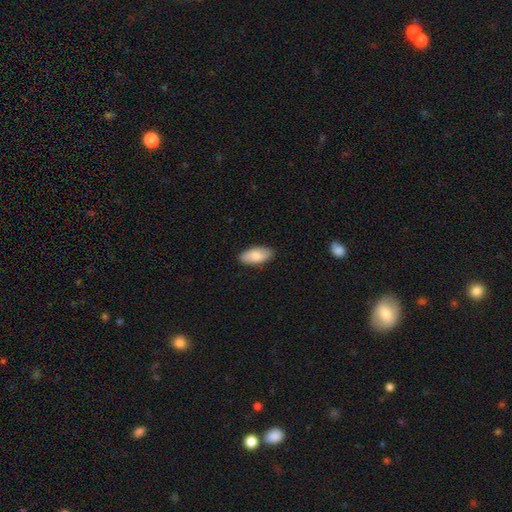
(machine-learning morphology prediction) smooth-or-featured: smooth: 83% | featured or disk: 12% | star or artifact: 6%
  how-rounded: in between: 90% | cigar-shaped: 8% | round: 2%
  merging: none: 88% | minor disturbance: 9% | major disturbance: 2% | merger: 1%